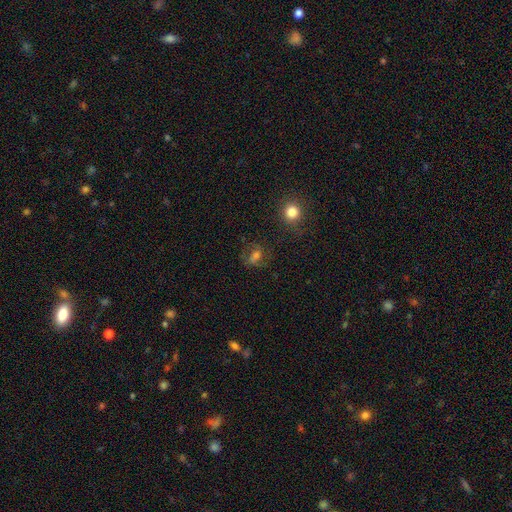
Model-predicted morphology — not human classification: Smooth or featured? Predicted: smooth (p=0.44). Merging? Predicted: none (p=0.66).